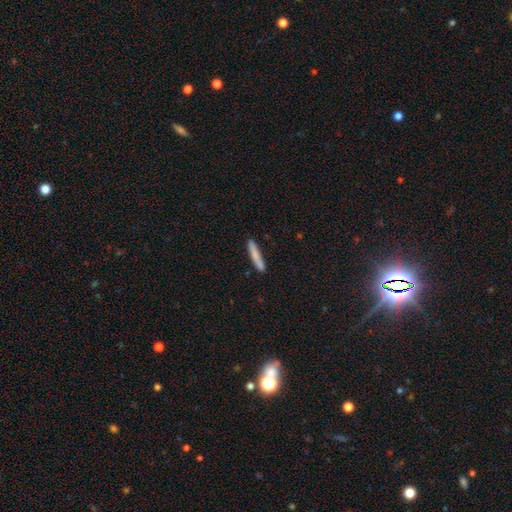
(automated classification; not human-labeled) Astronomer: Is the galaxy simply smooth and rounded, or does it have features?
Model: smooth — 81%.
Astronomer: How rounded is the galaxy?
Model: cigar-shaped — 94%.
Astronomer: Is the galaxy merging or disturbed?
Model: none — 88%.